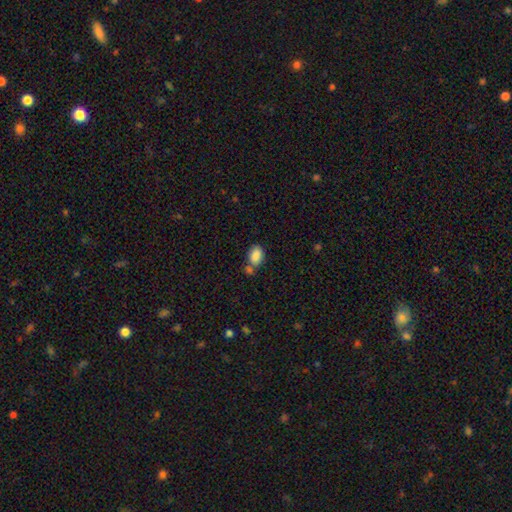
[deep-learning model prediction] smooth_or_featured: smooth (p=0.86) [alt: star or artifact p=0.08]
how_rounded: in between (p=0.83) [alt: round p=0.16]
merging: none (p=0.52) [alt: merger p=0.28]